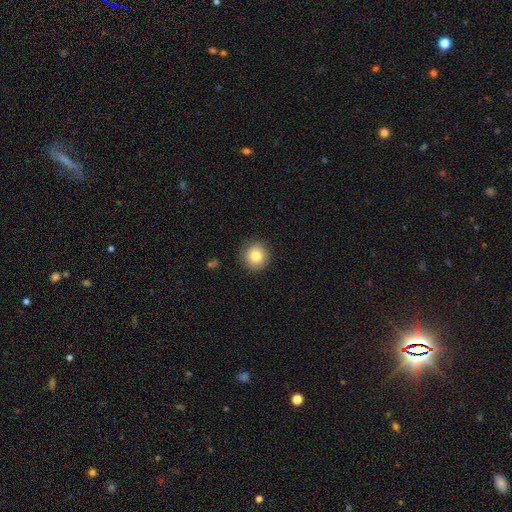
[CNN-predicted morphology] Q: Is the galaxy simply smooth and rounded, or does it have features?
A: smooth — 83%.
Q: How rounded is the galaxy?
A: round — 93%.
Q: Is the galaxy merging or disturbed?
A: none — 89%.